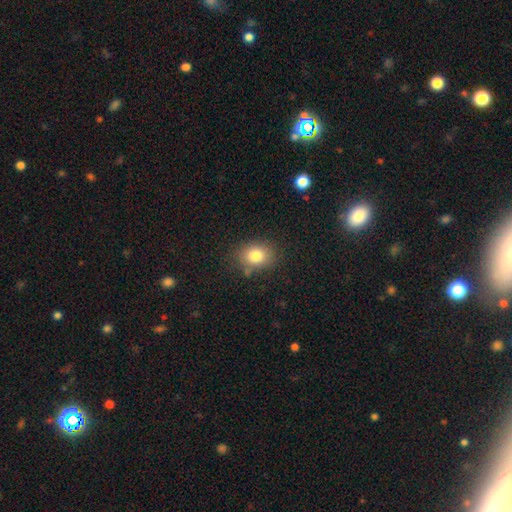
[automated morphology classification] Smooth or featured? Predicted: smooth (p=0.80). How rounded? Predicted: in between (p=0.51). Merging? Predicted: none (p=0.78).